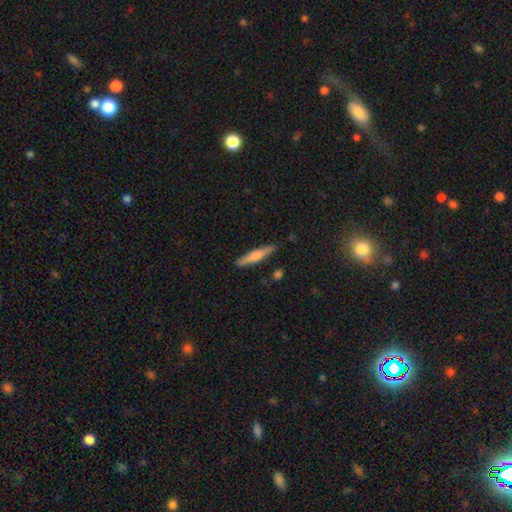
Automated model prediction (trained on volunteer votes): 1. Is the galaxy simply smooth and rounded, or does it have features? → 50% smooth, 44% featured or disk, 6% star or artifact.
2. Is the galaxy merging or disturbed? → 88% none, 8% minor disturbance, 2% merger, 2% major disturbance.